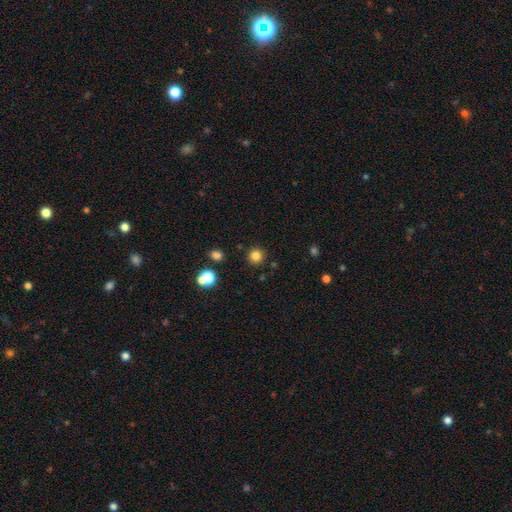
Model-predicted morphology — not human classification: type=smooth (82%); roundness=round (95%); merging=none (90%).